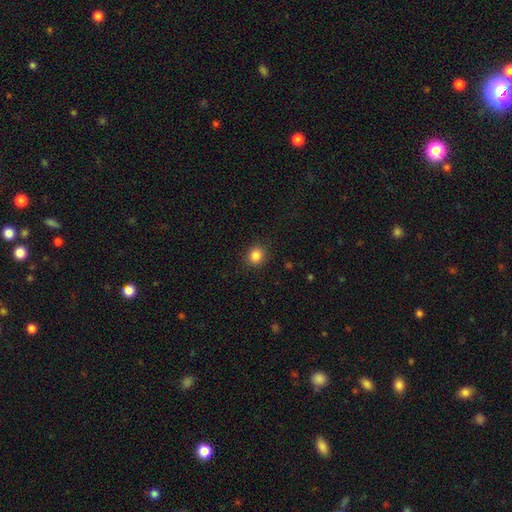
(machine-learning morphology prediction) Q: Smooth or featured?
A: smooth (85%); runner-up: star or artifact (11%)
Q: How rounded?
A: round (84%); runner-up: in between (15%)
Q: Merging?
A: none (89%); runner-up: minor disturbance (7%)